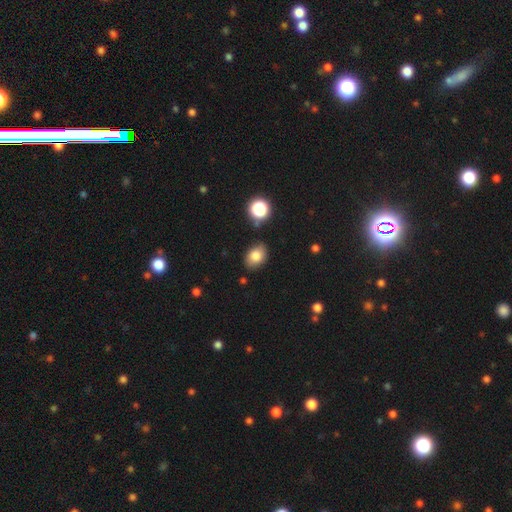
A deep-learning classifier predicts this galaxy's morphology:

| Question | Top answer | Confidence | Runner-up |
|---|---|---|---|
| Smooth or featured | smooth | 81% | star or artifact (10%) |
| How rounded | in between | 78% | round (21%) |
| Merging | none | 80% | minor disturbance (14%) |